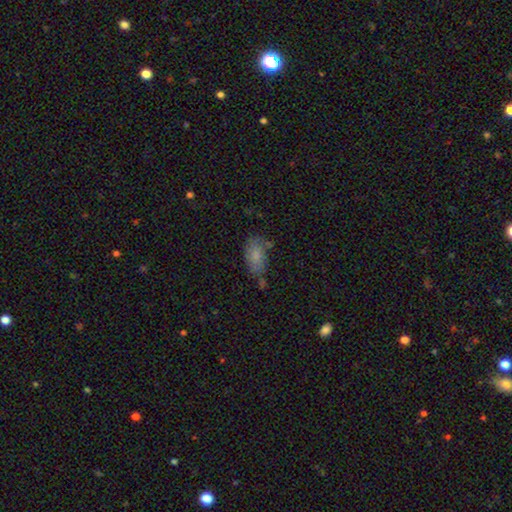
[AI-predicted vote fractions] Smooth or featured?
  - smooth: 78% *
  - featured or disk: 13%
  - star or artifact: 8%
How rounded?
  - in between: 91% *
  - round: 4%
  - cigar-shaped: 4%
Merging?
  - none: 59% *
  - minor disturbance: 23%
  - merger: 11%
  - major disturbance: 7%